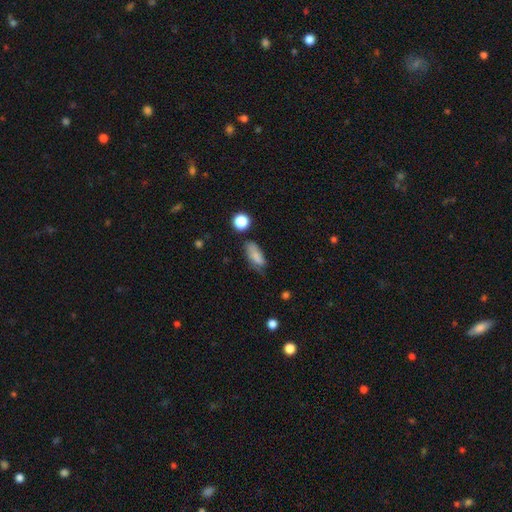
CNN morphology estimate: Smooth or featured?
  - smooth: 79% *
  - featured or disk: 11%
  - star or artifact: 10%
How rounded?
  - in between: 80% *
  - cigar-shaped: 15%
  - round: 4%
Merging?
  - none: 52% *
  - minor disturbance: 33%
  - major disturbance: 11%
  - merger: 4%